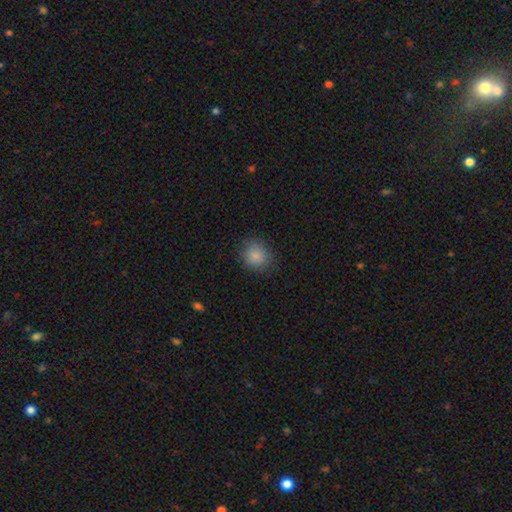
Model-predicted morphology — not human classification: Smooth or featured?
  - smooth: 87% *
  - star or artifact: 9%
  - featured or disk: 4%
How rounded?
  - round: 85% *
  - in between: 14%
  - cigar-shaped: 1%
Merging?
  - none: 86% *
  - minor disturbance: 10%
  - major disturbance: 3%
  - merger: 1%